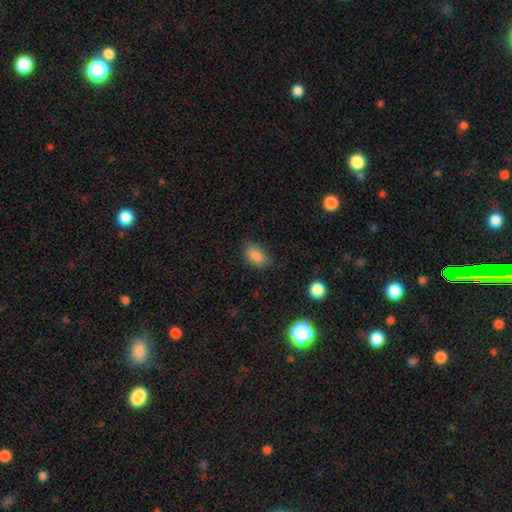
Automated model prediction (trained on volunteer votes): This is clearly a smooth galaxy (85%). How rounded: clearly in between (87%). Merging: likely none (71%).